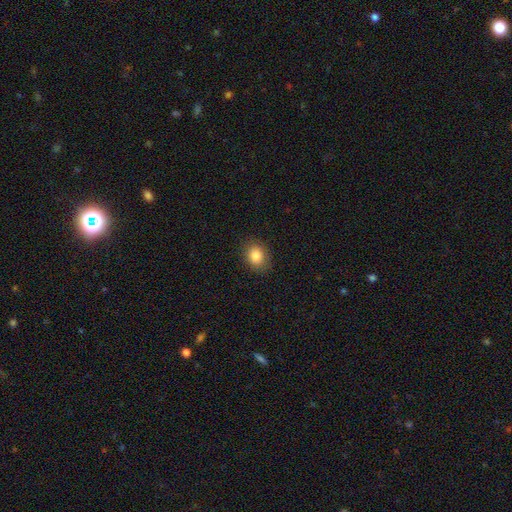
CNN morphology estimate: A smooth galaxy with no disk features (84%) that is round (50%).

Vote fractions:
- Smooth or featured? smooth: 84% / star or artifact: 10% / featured or disk: 6%
- How rounded? round: 50% / in between: 49% / cigar-shaped: 1%
- Merging? none: 86% / minor disturbance: 10% / major disturbance: 3% / merger: 1%